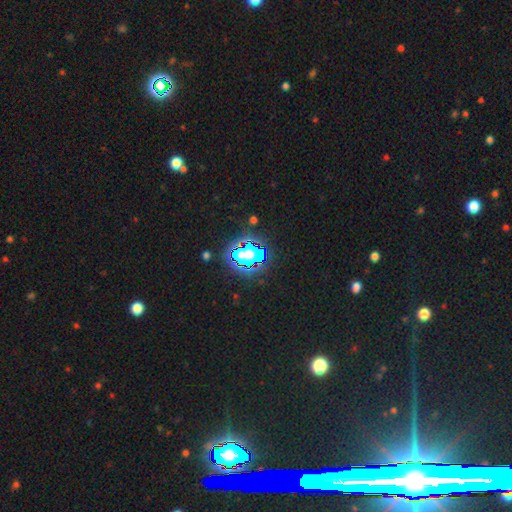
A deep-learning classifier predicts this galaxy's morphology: Smooth or featured: star or artifact — 82% (smooth — 11%)